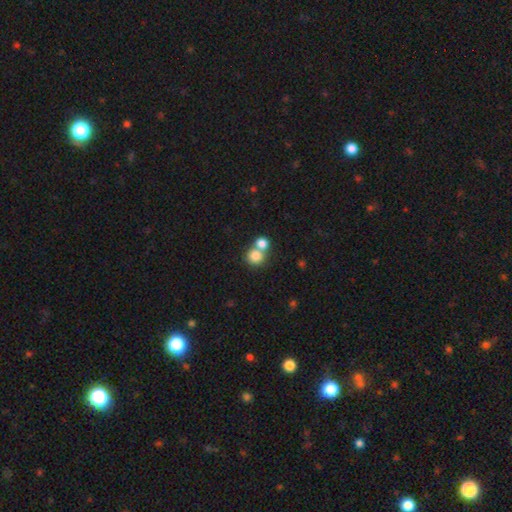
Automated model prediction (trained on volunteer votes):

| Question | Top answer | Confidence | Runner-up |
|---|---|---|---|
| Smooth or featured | smooth | 80% | star or artifact (11%) |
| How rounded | round | 85% | in between (14%) |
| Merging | merger | 48% | none (43%) |